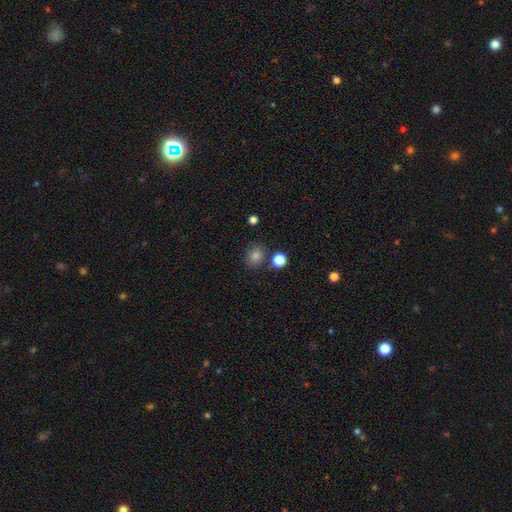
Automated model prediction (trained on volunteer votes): smooth_or_featured: smooth (p=0.78) [alt: star or artifact p=0.16]
how_rounded: round (p=0.75) [alt: in between p=0.24]
merging: none (p=0.81) [alt: minor disturbance p=0.09]